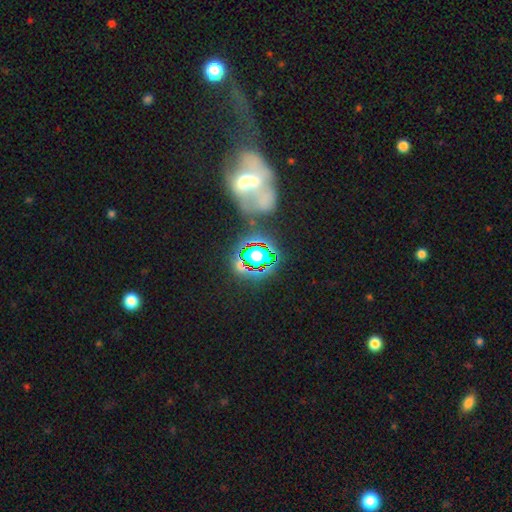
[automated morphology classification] The model was most divided on "smooth or featured": star or artifact: 58%, smooth: 26%, featured or disk: 16%.